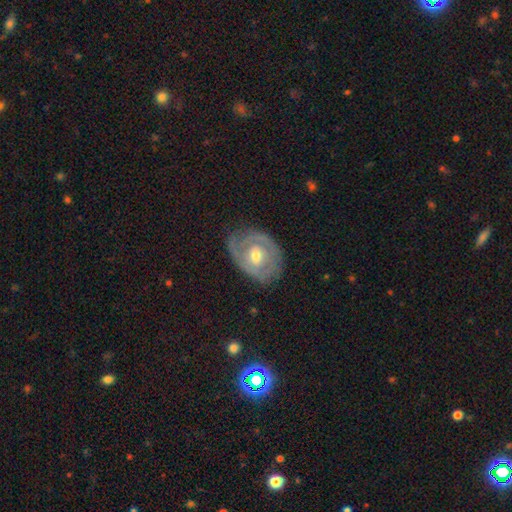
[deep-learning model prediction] Smooth or featured? featured or disk (78%)
Edge-on disk? no (96%)
Bar? no (60%)
Spiral arms? yes (82%)
Spiral winding? tight (64%)
Spiral arm count? 2 (47%)
Bulge size? moderate (72%)
Merging? none (71%)